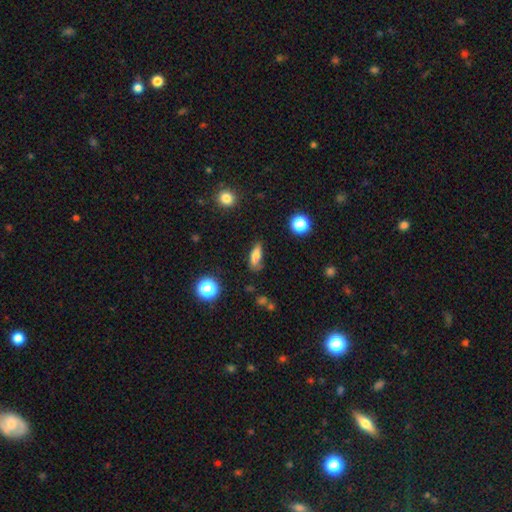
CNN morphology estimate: Smooth or featured? smooth (75%)
How rounded? in between (61%)
Merging? none (68%)